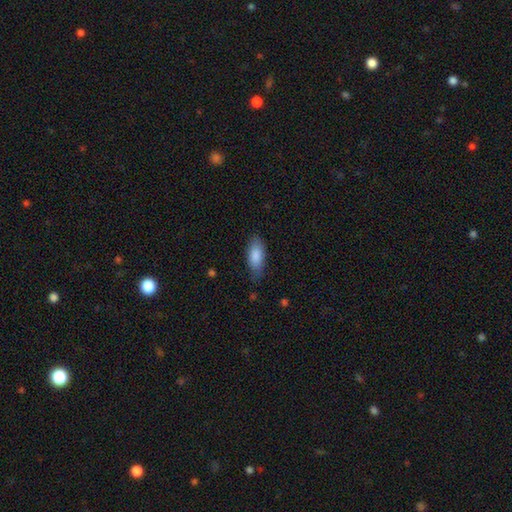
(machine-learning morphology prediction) Smooth or featured? smooth (85%)
How rounded? in between (81%)
Merging? none (76%)